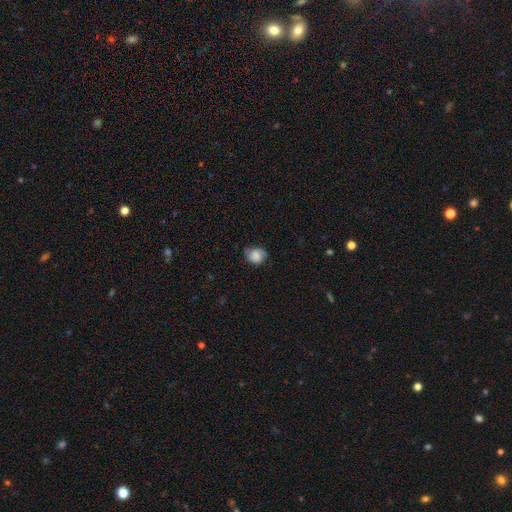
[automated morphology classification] This is likely a smooth galaxy (74%). How rounded: possibly round (52%). Merging: likely none (66%).